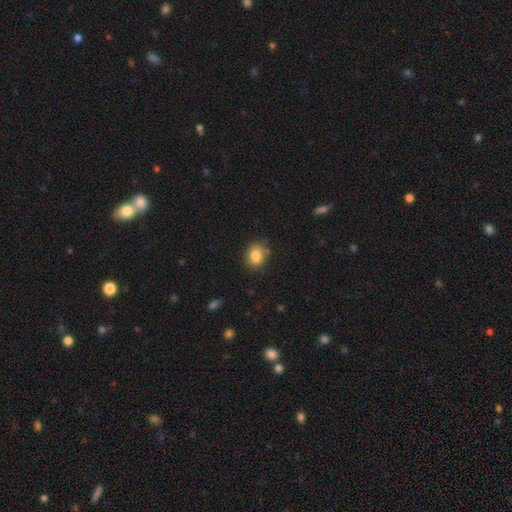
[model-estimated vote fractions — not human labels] Smooth or featured: smooth — 84% (star or artifact — 9%)
How rounded: in between — 55% (round — 43%)
Merging: none — 78% (minor disturbance — 17%)